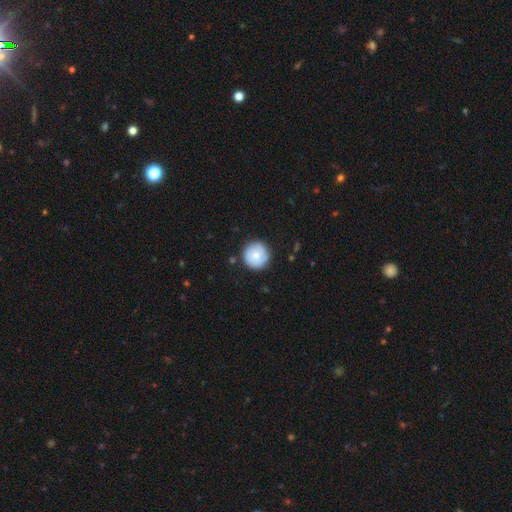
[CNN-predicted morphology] A smooth galaxy with no disk features (73%) that is round (96%). Merging: none (85%).